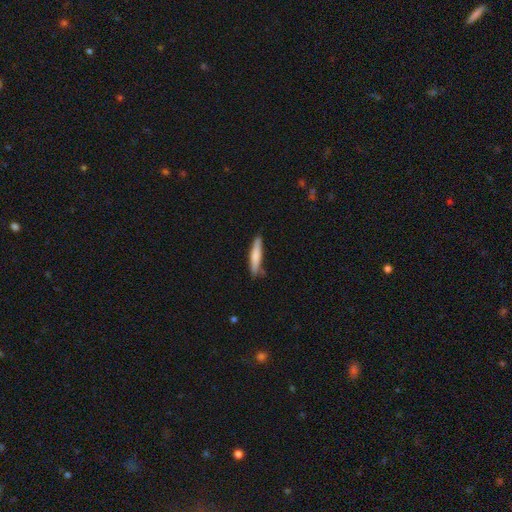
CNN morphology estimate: Q: Smooth or featured?
A: smooth (76%); runner-up: featured or disk (19%)
Q: How rounded?
A: cigar-shaped (89%); runner-up: in between (10%)
Q: Merging?
A: none (76%); runner-up: minor disturbance (19%)